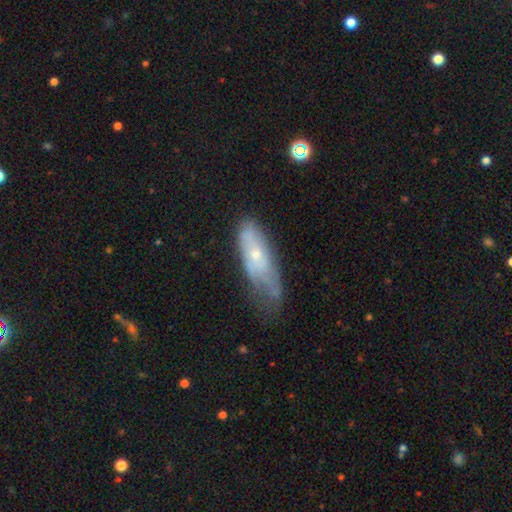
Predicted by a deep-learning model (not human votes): Morphology: type=featured or disk (48%); merging=minor disturbance (39%).